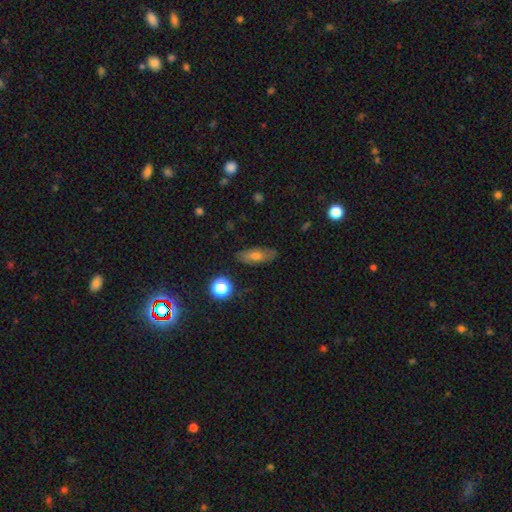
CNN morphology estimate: smooth 64%, featured or disk 25%, star or artifact 11%. Down the decision tree: how rounded — in between (70%); merging — none (84%).